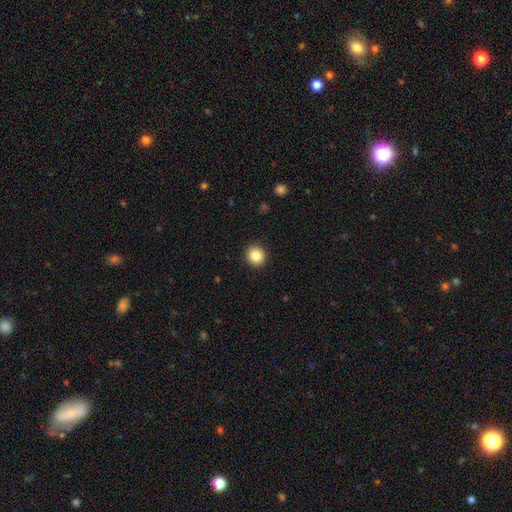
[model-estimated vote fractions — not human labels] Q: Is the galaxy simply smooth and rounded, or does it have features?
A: smooth — 84%.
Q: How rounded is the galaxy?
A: round — 93%.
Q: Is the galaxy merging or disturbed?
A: none — 92%.